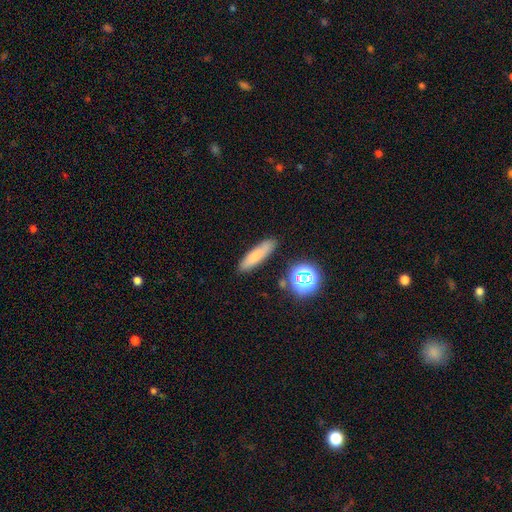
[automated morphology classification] smooth_or_featured: smooth (p=0.75) [alt: featured or disk p=0.13]
how_rounded: cigar-shaped (p=0.72) [alt: in between p=0.25]
merging: none (p=0.85) [alt: minor disturbance p=0.09]